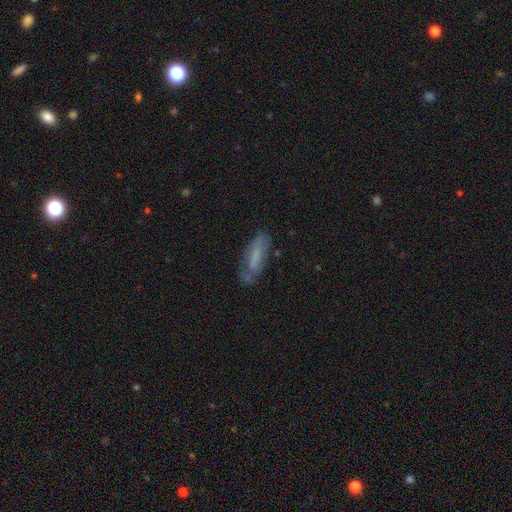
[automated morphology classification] Smooth or featured? smooth (56%)
How rounded? in between (54%)
Merging? none (59%)